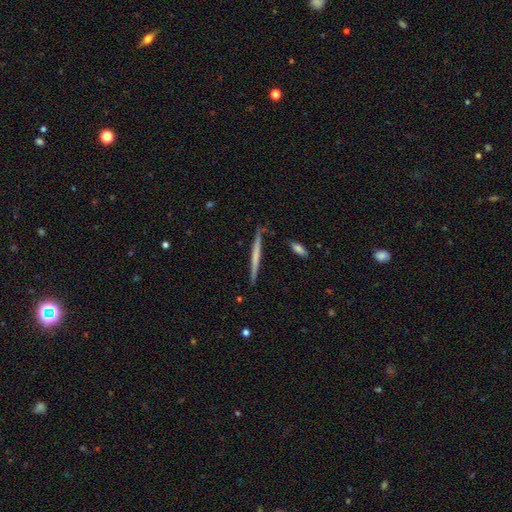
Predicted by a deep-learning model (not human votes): Smooth or featured: featured or disk — 49% (smooth — 46%)
Merging: none — 83% (minor disturbance — 12%)